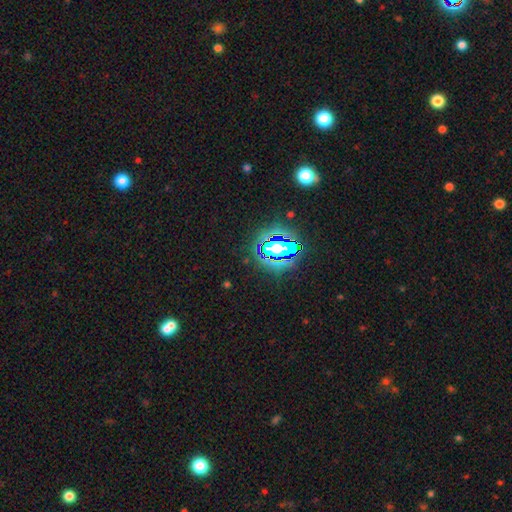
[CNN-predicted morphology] smooth_or_featured: star or artifact (p=0.81) [alt: smooth p=0.12]